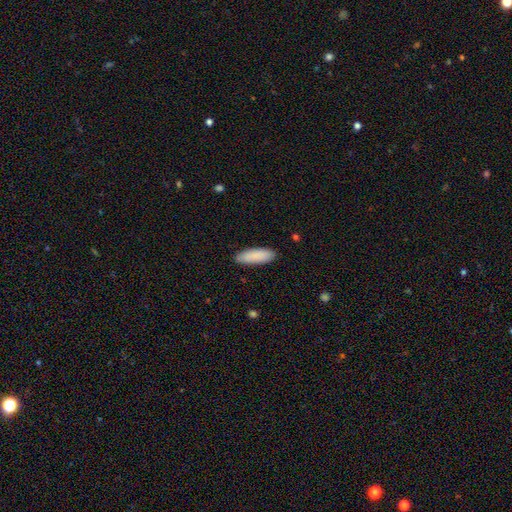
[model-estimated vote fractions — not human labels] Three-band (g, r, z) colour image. It shows a smooth galaxy with no disk features (89%) that is in between round and cigar-shaped (55%). Merging: none (89%).